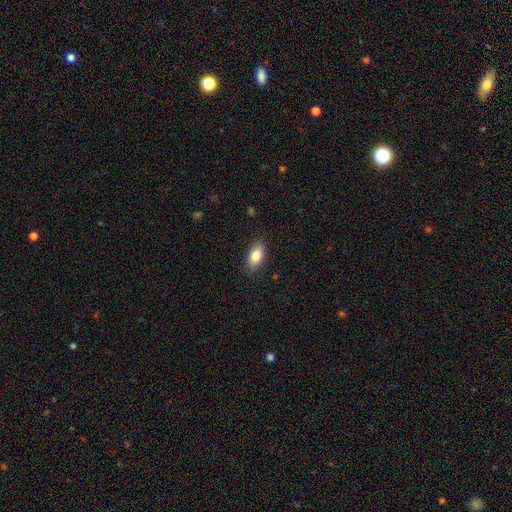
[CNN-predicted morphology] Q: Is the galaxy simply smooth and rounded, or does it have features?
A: smooth — 84%.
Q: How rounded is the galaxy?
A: in between — 89%.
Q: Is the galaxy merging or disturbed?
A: none — 86%.